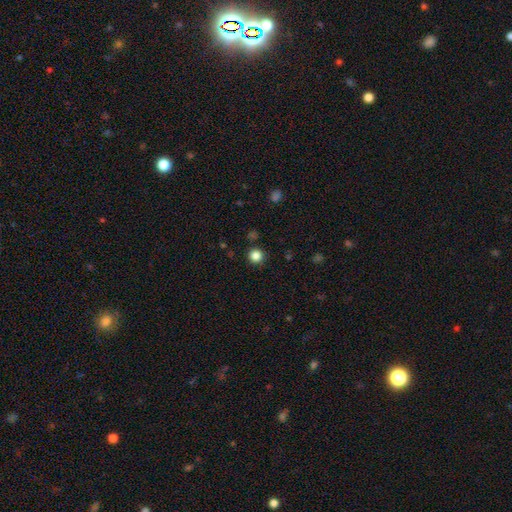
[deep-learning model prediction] Overall: smooth (84%). How rounded: round (95%). Merging: none (91%).